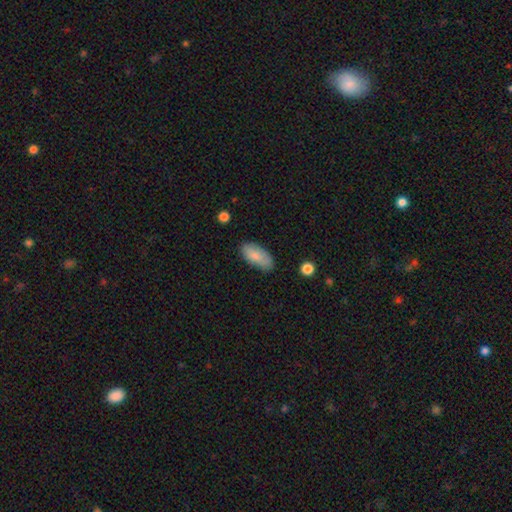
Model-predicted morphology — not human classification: Smooth or featured? smooth (81%)
How rounded? in between (90%)
Merging? none (77%)